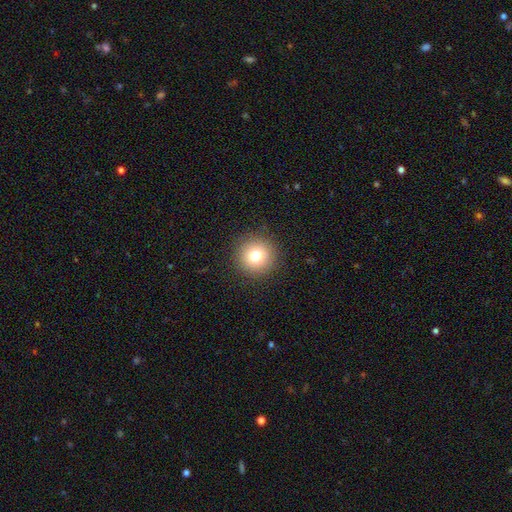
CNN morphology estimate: A smooth galaxy with no disk features (78%) that is round (96%). Merging: none (91%).